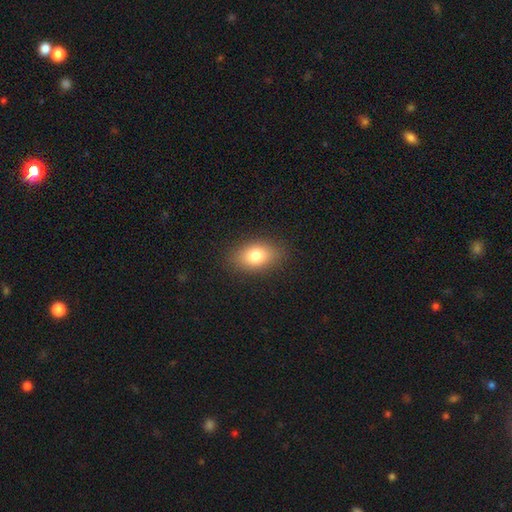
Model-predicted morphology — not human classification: smooth_or_featured: smooth (p=0.79) [alt: featured or disk p=0.11]
how_rounded: in between (p=0.84) [alt: round p=0.14]
merging: none (p=0.86) [alt: minor disturbance p=0.10]